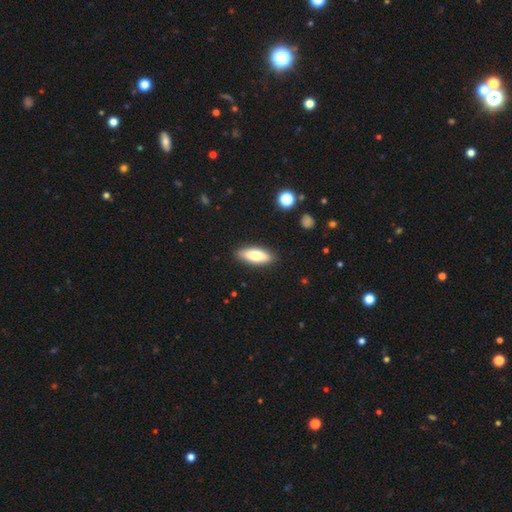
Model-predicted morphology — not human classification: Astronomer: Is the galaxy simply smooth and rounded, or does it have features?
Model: smooth — 77%.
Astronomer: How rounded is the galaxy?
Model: in between — 68%.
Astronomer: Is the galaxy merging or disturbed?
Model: none — 88%.